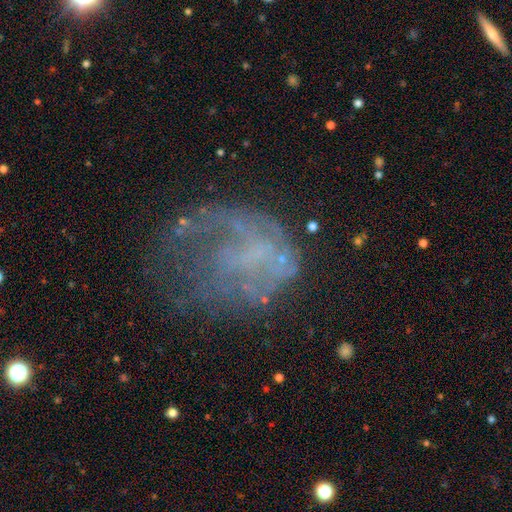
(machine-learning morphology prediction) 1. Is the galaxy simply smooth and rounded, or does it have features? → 57% featured or disk, 26% smooth, 16% star or artifact.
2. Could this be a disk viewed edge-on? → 98% no, 2% yes.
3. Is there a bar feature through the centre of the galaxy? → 81% no, 15% weak, 4% strong.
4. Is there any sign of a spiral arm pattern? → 69% no, 31% yes.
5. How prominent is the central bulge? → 76% none, 13% small, 7% moderate, 3% large, 1% dominant.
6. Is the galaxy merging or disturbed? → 38% none (tied), 38% major disturbance (tied), 21% minor disturbance, 4% merger.